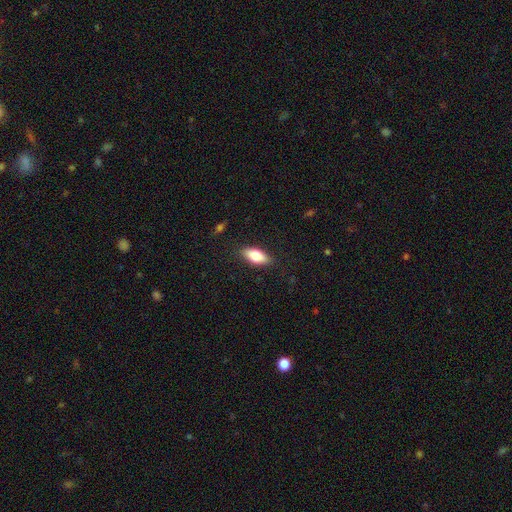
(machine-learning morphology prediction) A smooth galaxy with no disk features (77%) that is in between round and cigar-shaped (84%).

Vote fractions:
- Smooth or featured? smooth: 77% / featured or disk: 16% / star or artifact: 7%
- How rounded? in between: 84% / cigar-shaped: 13% / round: 3%
- Merging? none: 85% / minor disturbance: 11% / major disturbance: 3% / merger: 1%